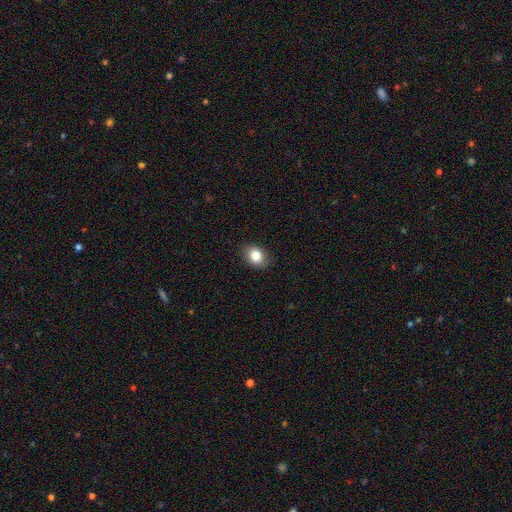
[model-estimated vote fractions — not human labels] smooth_or_featured: smooth (p=0.83) [alt: star or artifact p=0.09]
how_rounded: in between (p=0.56) [alt: round p=0.43]
merging: none (p=0.85) [alt: minor disturbance p=0.12]